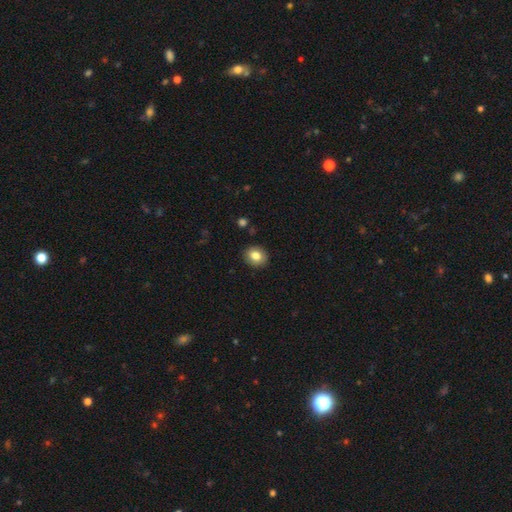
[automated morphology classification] type=smooth (83%); roundness=round (67%); merging=none (90%).